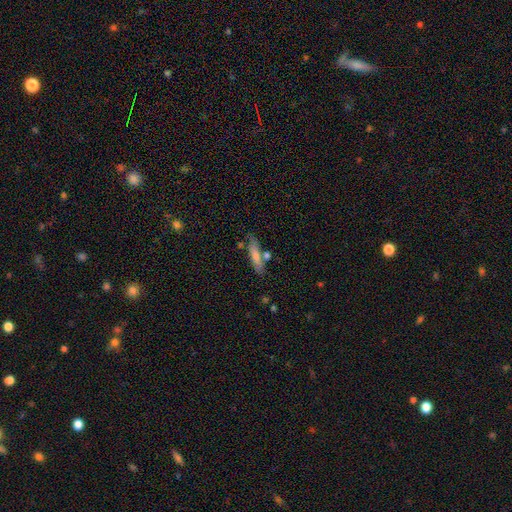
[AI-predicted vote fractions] A smooth galaxy with no disk features (62%) that is cigar-shaped (79%). Merging: none (75%).